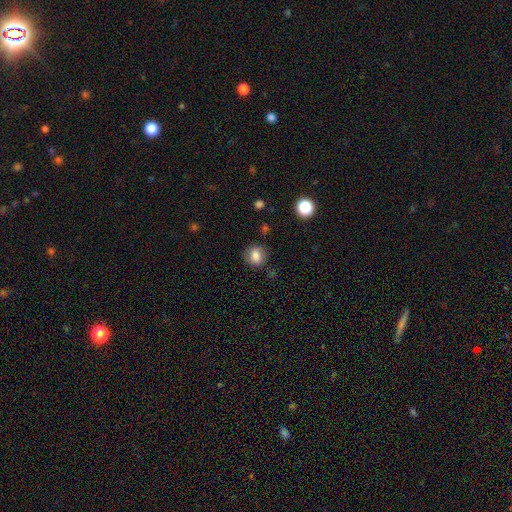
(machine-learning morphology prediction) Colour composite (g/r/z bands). It shows a smooth galaxy with no disk features (80%) that is round (72%). Merging: none (81%).